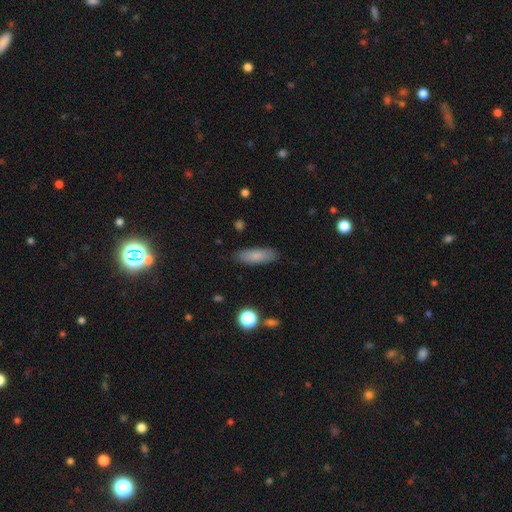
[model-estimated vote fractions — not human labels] Smooth or featured: smooth — 81% (featured or disk — 11%)
How rounded: in between — 57% (cigar-shaped — 41%)
Merging: none — 86% (minor disturbance — 10%)